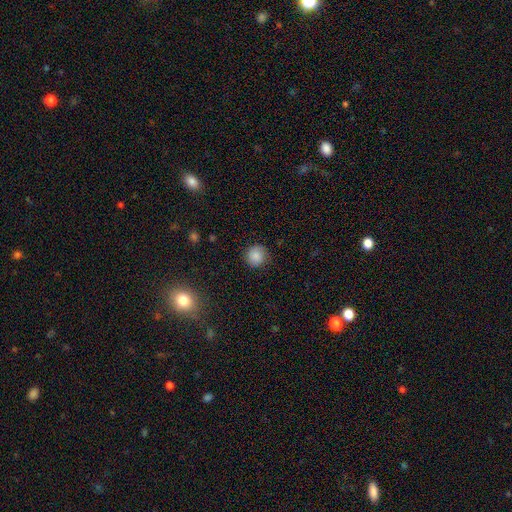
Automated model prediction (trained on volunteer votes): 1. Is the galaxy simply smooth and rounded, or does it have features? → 84% smooth, 10% star or artifact, 5% featured or disk.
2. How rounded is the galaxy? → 93% round, 6% in between, 1% cigar-shaped.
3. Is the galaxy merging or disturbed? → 86% none, 10% minor disturbance, 3% major disturbance, 1% merger.